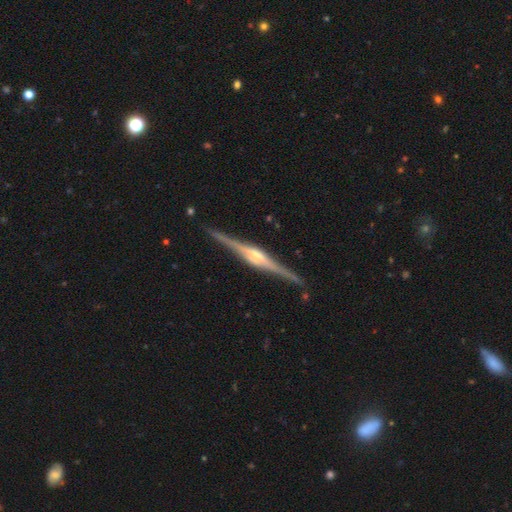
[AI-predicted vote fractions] The model was most divided on "edge-on bulge": rounded: 70%, boxy: 25%, none: 6%. More confident: edge-on disk — yes (98%); merging — none (90%); smooth or featured — featured or disk (88%).